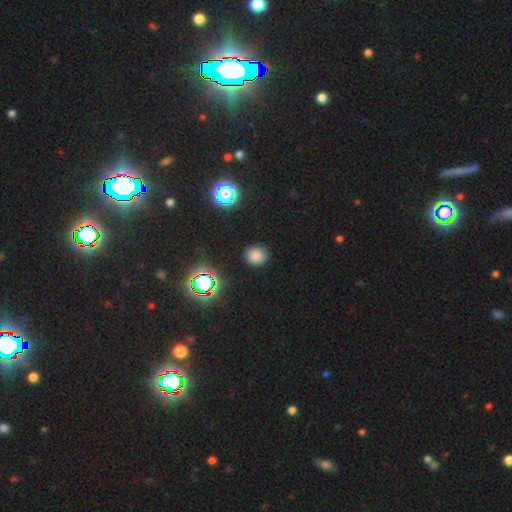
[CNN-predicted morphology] The model was most divided on "smooth or featured": smooth: 77%, star or artifact: 19%, featured or disk: 5%. More confident: merging — none (89%); how rounded — round (87%).